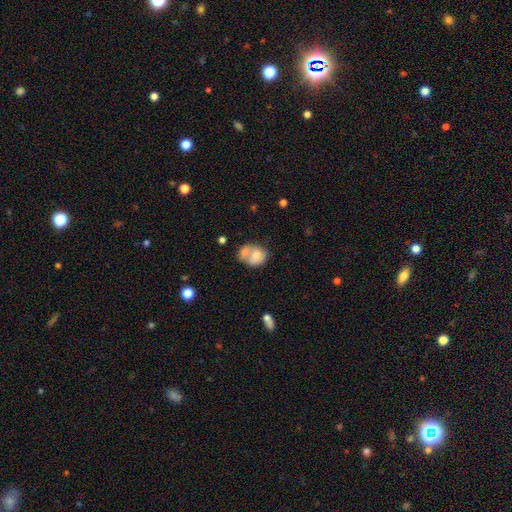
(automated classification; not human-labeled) smooth-or-featured: smooth: 65% | featured or disk: 27% | star or artifact: 8%
  how-rounded: in between: 52% | round: 47% | cigar-shaped: 1%
  merging: merger: 55% | none: 22% | minor disturbance: 13% | major disturbance: 9%